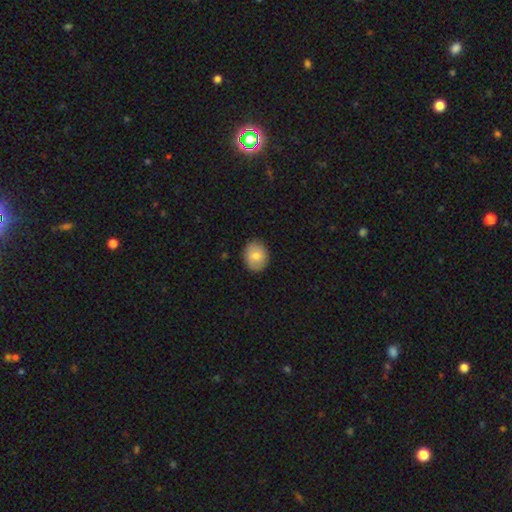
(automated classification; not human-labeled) Morphology: type=smooth (78%); roundness=round (55%); merging=none (87%).